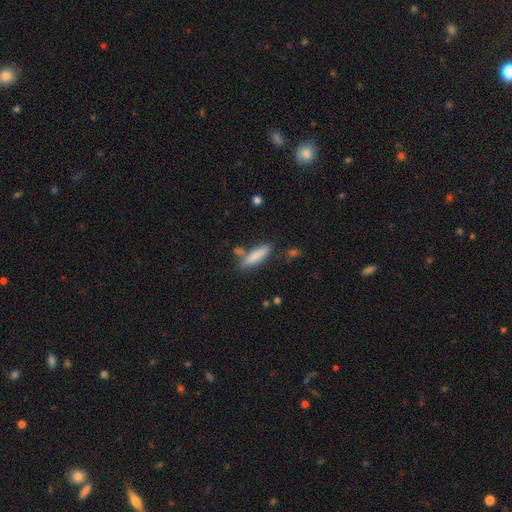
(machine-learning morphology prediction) smooth_or_featured: smooth (p=0.80) [alt: featured or disk p=0.13]
how_rounded: cigar-shaped (p=0.73) [alt: in between p=0.25]
merging: none (p=0.69) [alt: minor disturbance p=0.16]